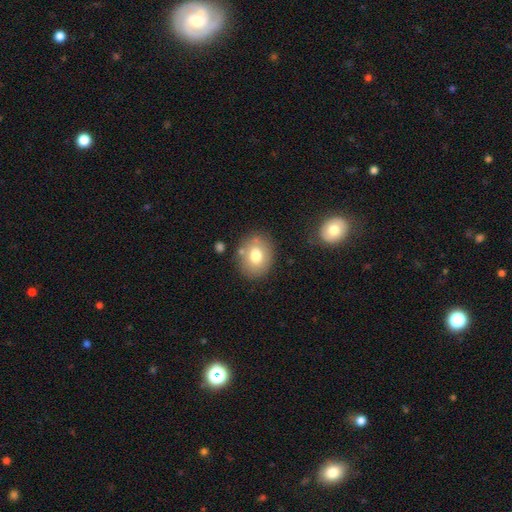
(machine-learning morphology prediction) Smooth or featured?
  - smooth: 73% *
  - featured or disk: 17%
  - star or artifact: 10%
How rounded?
  - round: 54% *
  - in between: 45%
  - cigar-shaped: 1%
Merging?
  - none: 78% *
  - minor disturbance: 13%
  - merger: 5%
  - major disturbance: 4%